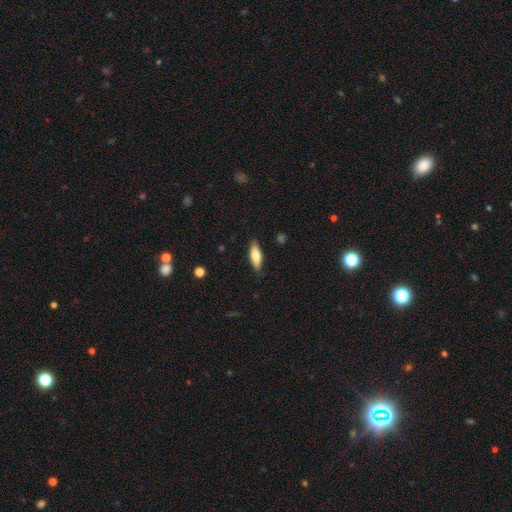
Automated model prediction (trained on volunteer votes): smooth 74%, featured or disk 20%, star or artifact 6%. Down the decision tree: how rounded — in between (58%); merging — none (86%).